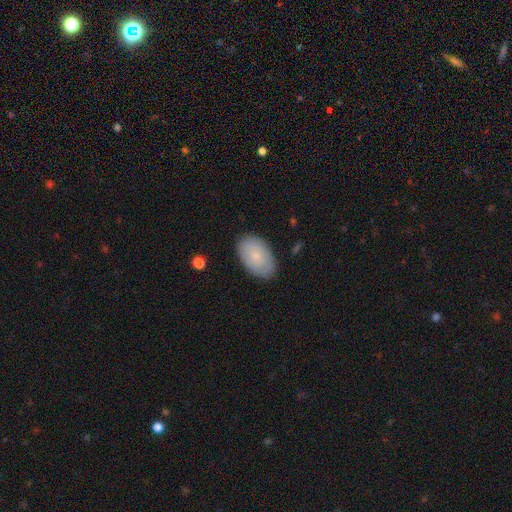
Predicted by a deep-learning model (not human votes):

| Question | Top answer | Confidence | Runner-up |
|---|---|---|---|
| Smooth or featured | smooth | 76% | featured or disk (18%) |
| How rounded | in between | 94% | round (5%) |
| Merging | none | 84% | minor disturbance (12%) |